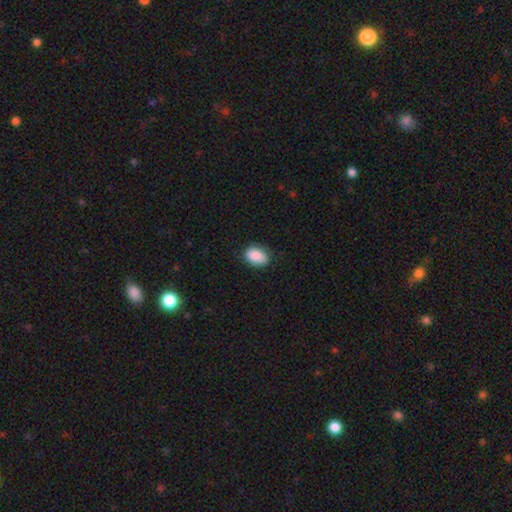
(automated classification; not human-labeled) Smooth or featured?
  - smooth: 87% *
  - star or artifact: 7%
  - featured or disk: 6%
How rounded?
  - in between: 83% *
  - round: 16%
  - cigar-shaped: 1%
Merging?
  - none: 82% *
  - minor disturbance: 15%
  - major disturbance: 3%
  - merger: 1%